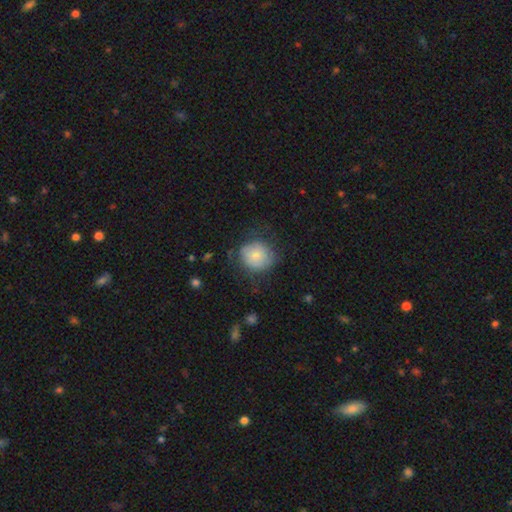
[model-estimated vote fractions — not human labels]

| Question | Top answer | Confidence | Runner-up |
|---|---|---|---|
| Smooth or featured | smooth | 73% | featured or disk (20%) |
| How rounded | round | 84% | in between (15%) |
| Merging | none | 64% | minor disturbance (24%) |